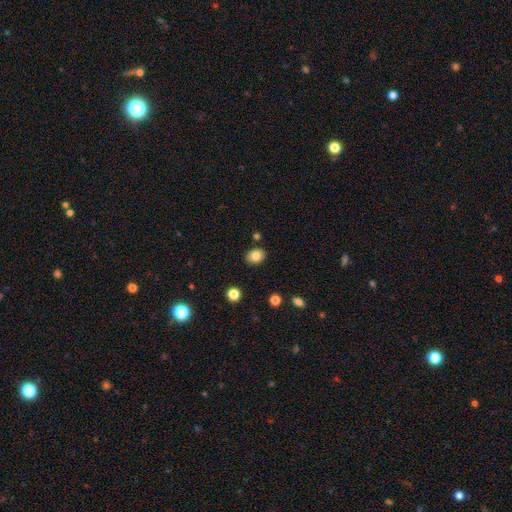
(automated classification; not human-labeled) The model was most divided on "how rounded": in between: 54%, round: 45%, cigar-shaped: 1%. More confident: merging — none (85%); smooth or featured — smooth (82%).